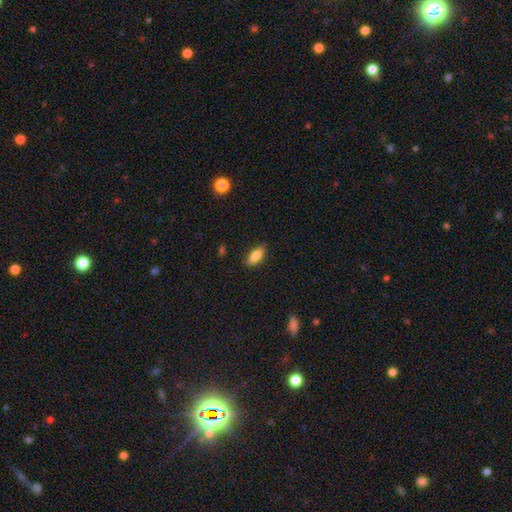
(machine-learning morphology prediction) Smooth or featured? smooth (76%)
How rounded? in between (75%)
Merging? none (81%)